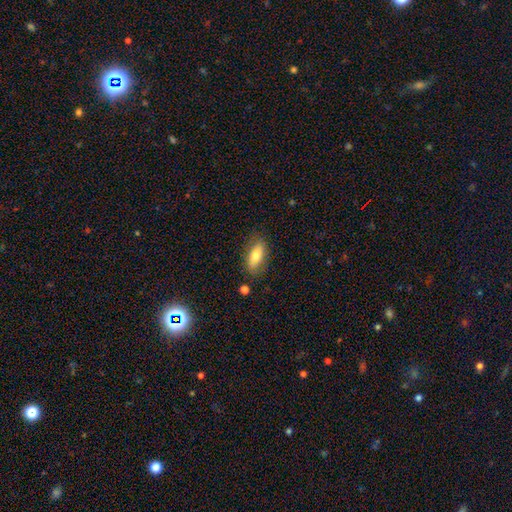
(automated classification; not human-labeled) Smooth or featured? smooth (70%)
How rounded? in between (84%)
Merging? none (79%)